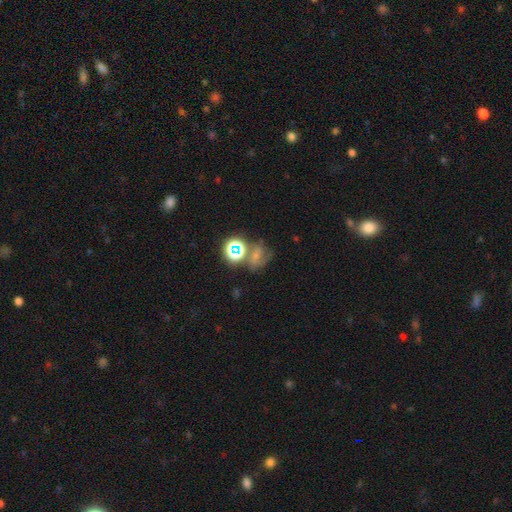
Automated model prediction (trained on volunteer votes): A star or artifact, not a galaxy (35%).